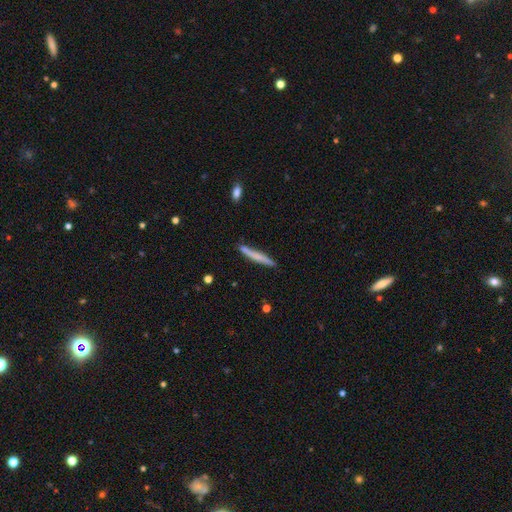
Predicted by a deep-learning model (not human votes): Smooth or featured? smooth (59%)
How rounded? cigar-shaped (96%)
Merging? none (84%)